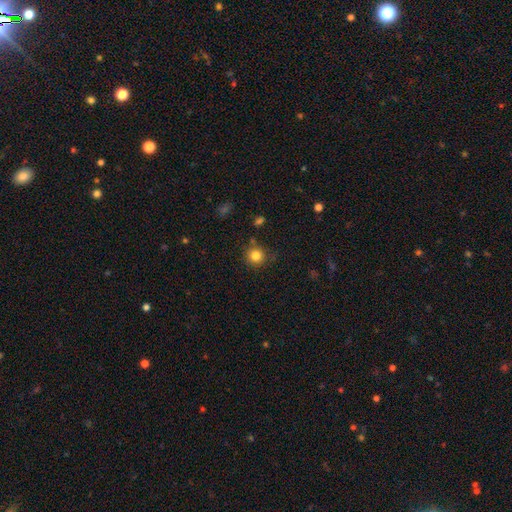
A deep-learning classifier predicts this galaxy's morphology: Smooth or featured: smooth — 83% (star or artifact — 12%)
How rounded: round — 93% (in between — 6%)
Merging: none — 83% (minor disturbance — 10%)